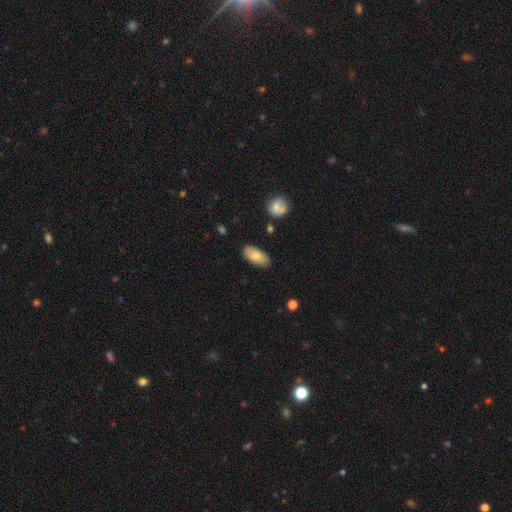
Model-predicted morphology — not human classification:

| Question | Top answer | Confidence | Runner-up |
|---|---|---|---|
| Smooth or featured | smooth | 77% | featured or disk (17%) |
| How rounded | in between | 92% | cigar-shaped (6%) |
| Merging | none | 85% | minor disturbance (11%) |